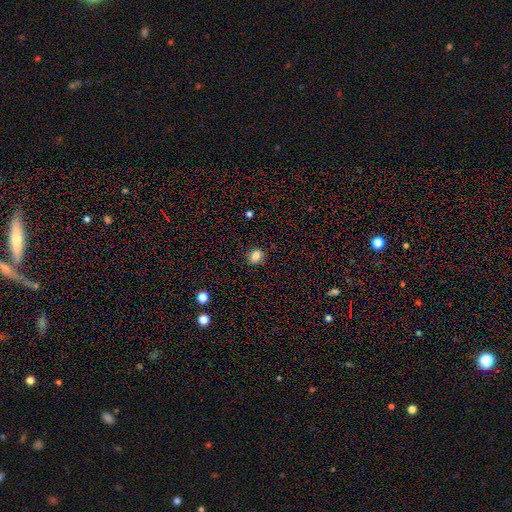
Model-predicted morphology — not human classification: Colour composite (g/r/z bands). It shows a smooth galaxy with no disk features (83%) that is round (54%). Merging: none (85%).